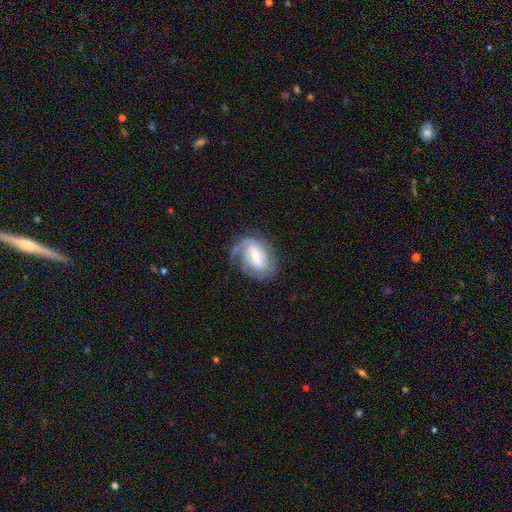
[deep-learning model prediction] A featured or disk galaxy (78%) with a weak bar (50%), 2 (45%) tight (49%) spiral arms (92%) and a small central bulge (49%).

Vote fractions:
- Smooth or featured? featured or disk: 78% / smooth: 16% / star or artifact: 6%
- Edge-on disk? no: 97% / yes: 3%
- Bar? weak: 50% / strong: 30% / no: 21%
- Spiral arms? yes: 92% / no: 8%
- Spiral winding? tight: 49% / medium: 37% / loose: 13%
- Spiral arm count? 2: 45% / can't tell: 22% / 1: 17% / 3: 11% / 4: 3% / more than 4: 2%
- Bulge size? small: 49% / moderate: 39% / large: 6% / none: 4% / dominant: 1%
- Merging? none: 58% / minor disturbance: 23% / major disturbance: 17% / merger: 2%